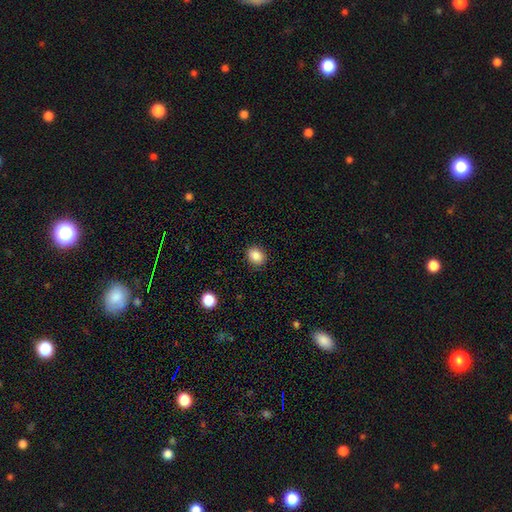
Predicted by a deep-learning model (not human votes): Smooth or featured?
  - smooth: 87% *
  - star or artifact: 9%
  - featured or disk: 4%
How rounded?
  - round: 51% *
  - in between: 48%
  - cigar-shaped: 1%
Merging?
  - none: 89% *
  - minor disturbance: 8%
  - major disturbance: 2%
  - merger: 1%